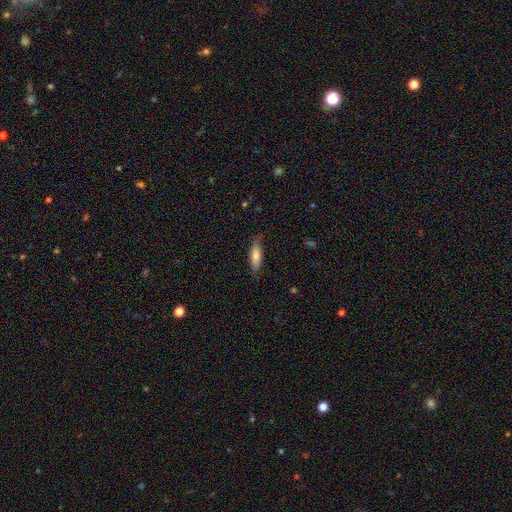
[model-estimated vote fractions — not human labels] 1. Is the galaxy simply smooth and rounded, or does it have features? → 76% smooth, 18% featured or disk, 6% star or artifact.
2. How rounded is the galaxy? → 50% cigar-shaped, 48% in between, 2% round.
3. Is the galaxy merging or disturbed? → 81% none, 16% minor disturbance, 3% major disturbance, 1% merger.